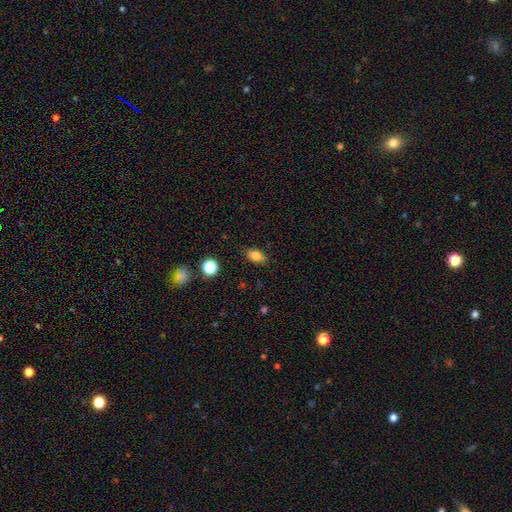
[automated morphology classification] Smooth or featured: smooth — 83% (star or artifact — 10%)
How rounded: in between — 85% (round — 12%)
Merging: none — 84% (minor disturbance — 12%)